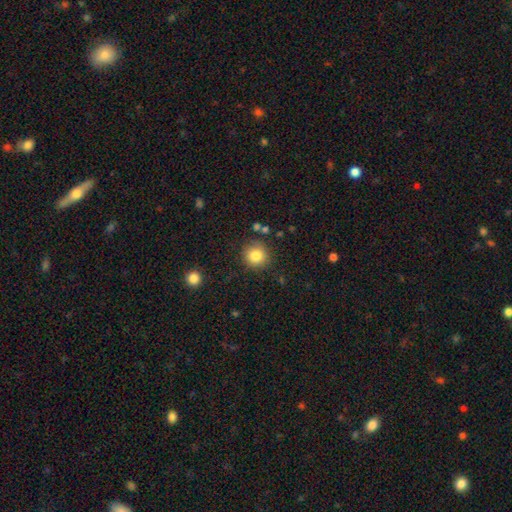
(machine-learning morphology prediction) Smooth or featured: smooth — 83% (star or artifact — 11%)
How rounded: round — 92% (in between — 7%)
Merging: none — 85% (minor disturbance — 9%)